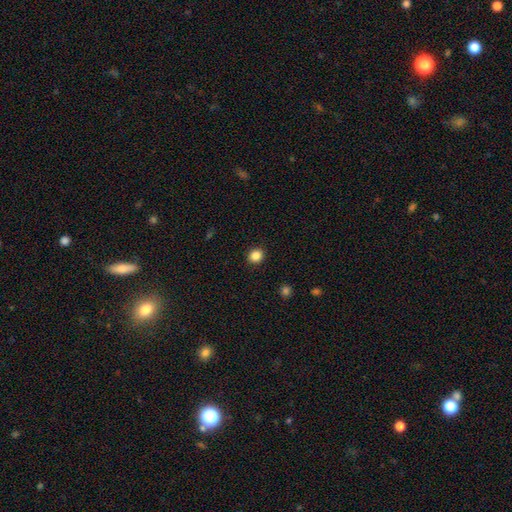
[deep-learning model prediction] A smooth galaxy with no disk features (85%) that is round (81%). Merging: none (92%).